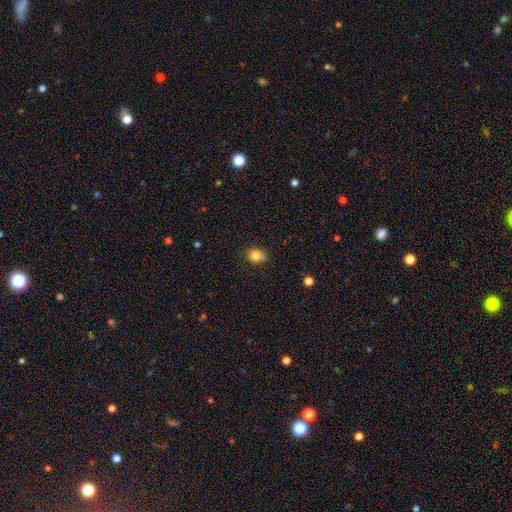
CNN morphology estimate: Smooth or featured: smooth — 83% (star or artifact — 10%)
How rounded: in between — 62% (round — 36%)
Merging: none — 73% (minor disturbance — 21%)